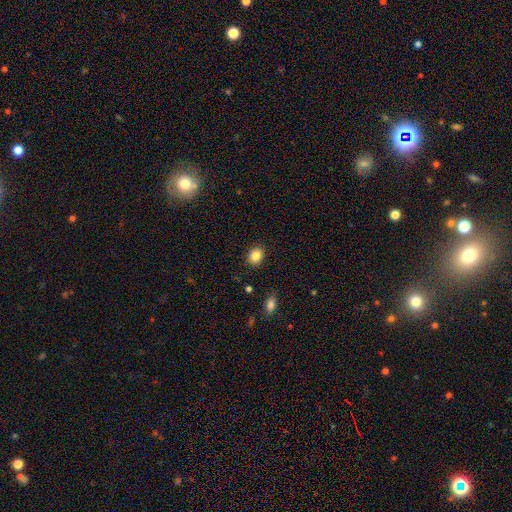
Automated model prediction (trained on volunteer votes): Smooth or featured?
  - smooth: 85% *
  - star or artifact: 9%
  - featured or disk: 5%
How rounded?
  - in between: 52% *
  - round: 47%
  - cigar-shaped: 1%
Merging?
  - none: 88% *
  - minor disturbance: 8%
  - major disturbance: 2%
  - merger: 1%